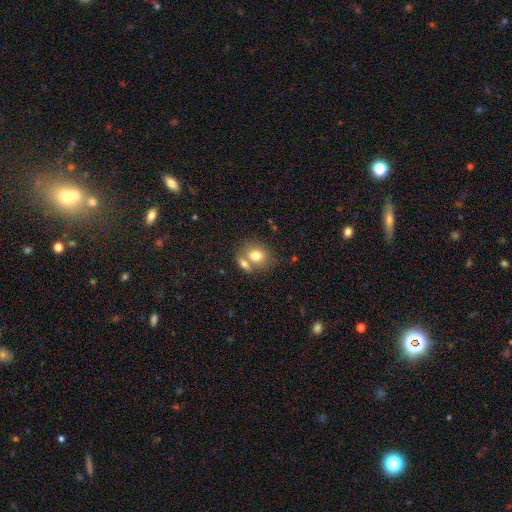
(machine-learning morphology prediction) Smooth or featured: smooth — 76% (featured or disk — 15%)
How rounded: round — 52% (in between — 47%)
Merging: none — 45% (merger — 41%)